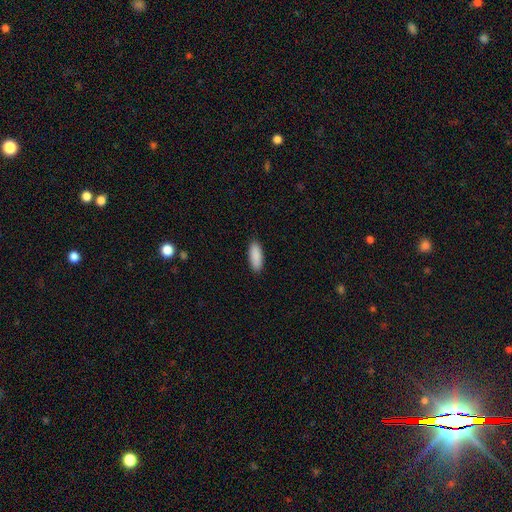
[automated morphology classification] Smooth or featured?
  - smooth: 91% *
  - star or artifact: 5%
  - featured or disk: 4%
How rounded?
  - in between: 72% *
  - cigar-shaped: 27%
  - round: 2%
Merging?
  - none: 90% *
  - minor disturbance: 7%
  - major disturbance: 2%
  - merger: 1%